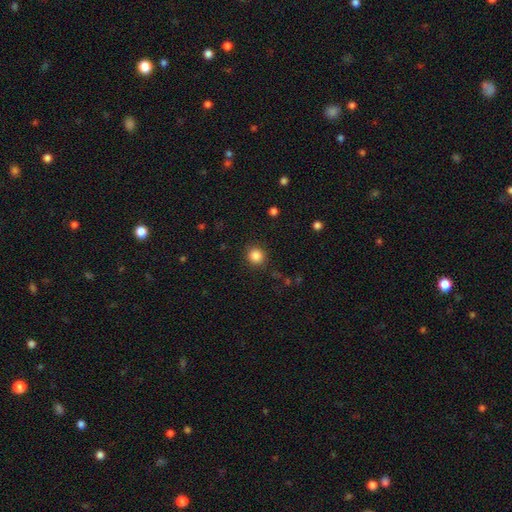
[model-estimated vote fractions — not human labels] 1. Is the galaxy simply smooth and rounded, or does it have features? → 86% smooth, 11% star or artifact, 4% featured or disk.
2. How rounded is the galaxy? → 89% round, 10% in between, 1% cigar-shaped.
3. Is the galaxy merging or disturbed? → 89% none, 7% minor disturbance, 3% major disturbance, 1% merger.